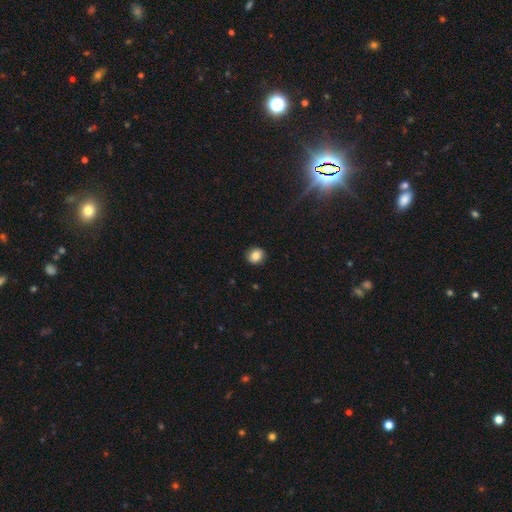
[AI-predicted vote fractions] Smooth or featured? smooth (84%)
How rounded? round (78%)
Merging? none (90%)